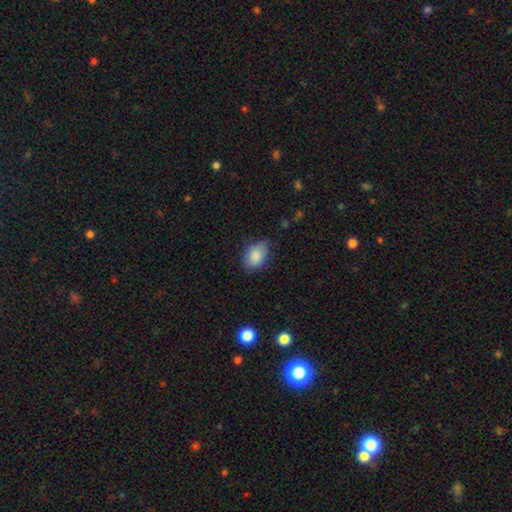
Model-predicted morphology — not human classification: The model was most divided on "merging": none: 71%, minor disturbance: 23%, major disturbance: 5%, merger: 1%. More confident: smooth or featured — smooth (88%); how rounded — in between (81%).